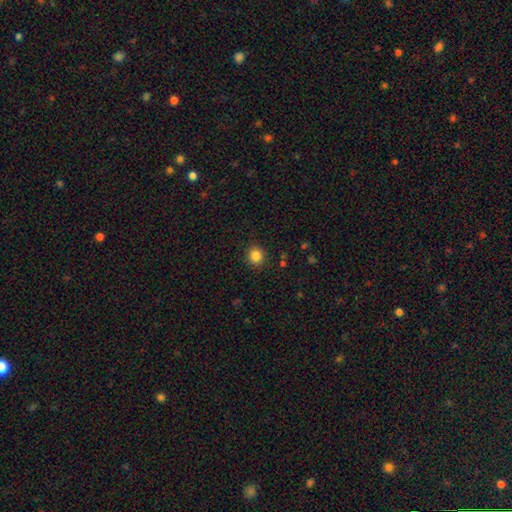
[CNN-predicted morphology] Q: Smooth or featured?
A: smooth (85%); runner-up: star or artifact (11%)
Q: How rounded?
A: round (87%); runner-up: in between (12%)
Q: Merging?
A: none (90%); runner-up: minor disturbance (6%)